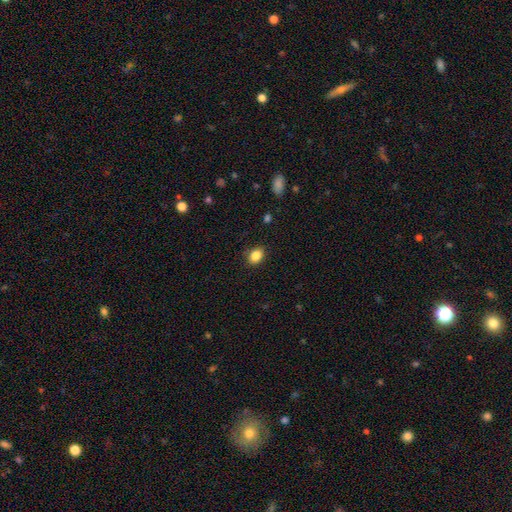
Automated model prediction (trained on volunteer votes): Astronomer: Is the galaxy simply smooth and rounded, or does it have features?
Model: smooth — 86%.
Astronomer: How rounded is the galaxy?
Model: in between — 60% (runner-up: round, 39%).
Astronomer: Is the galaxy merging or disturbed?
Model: none — 87%.